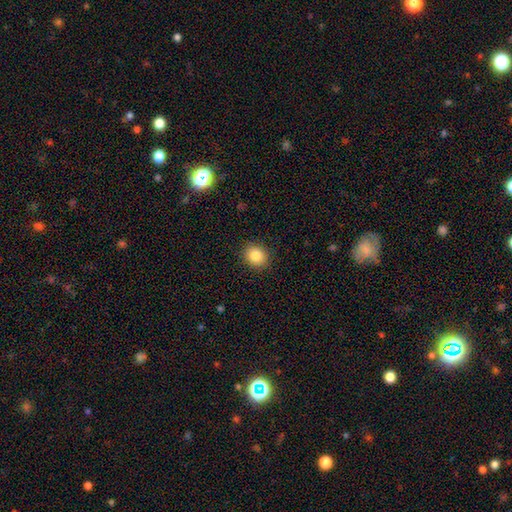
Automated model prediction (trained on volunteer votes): Q: Smooth or featured?
A: smooth (85%); runner-up: star or artifact (10%)
Q: How rounded?
A: round (74%); runner-up: in between (25%)
Q: Merging?
A: none (90%); runner-up: minor disturbance (7%)